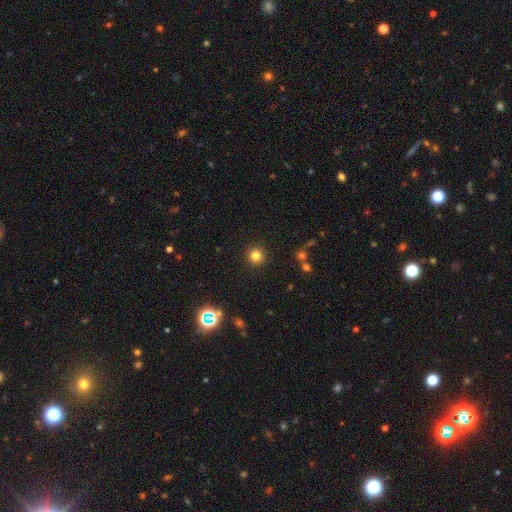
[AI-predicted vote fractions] The model was most divided on "smooth or featured": smooth: 80%, star or artifact: 15%, featured or disk: 6%. More confident: how rounded — round (95%); merging — none (91%).